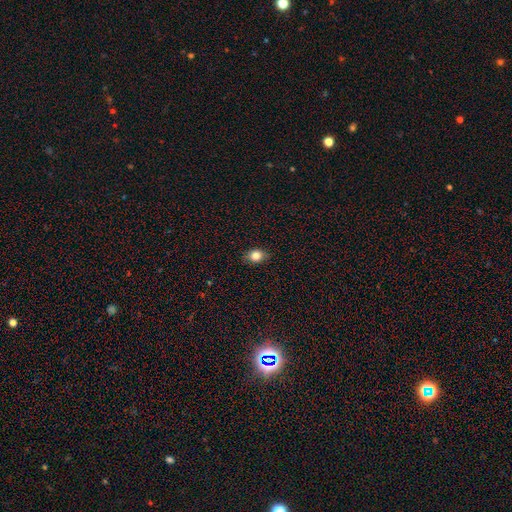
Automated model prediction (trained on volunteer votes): Q: Smooth or featured?
A: smooth (82%); runner-up: star or artifact (10%)
Q: How rounded?
A: in between (62%); runner-up: round (36%)
Q: Merging?
A: none (87%); runner-up: minor disturbance (10%)